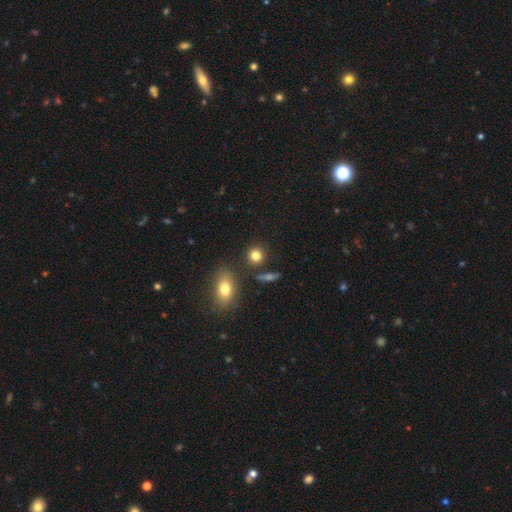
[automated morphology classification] A smooth galaxy with no disk features (82%) that is round (82%). Merging: none (81%).